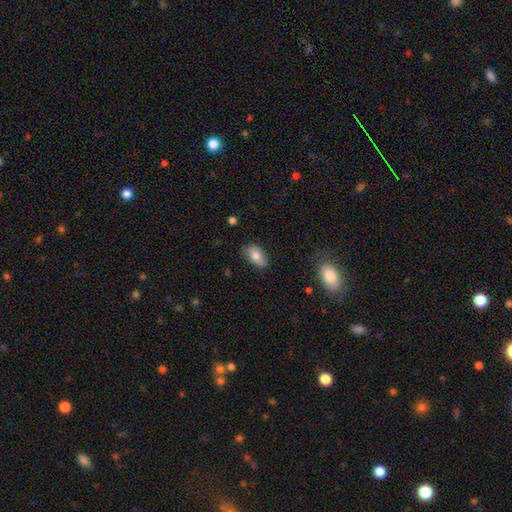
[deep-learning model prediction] smooth-or-featured: smooth: 76% | featured or disk: 17% | star or artifact: 7%
  how-rounded: in between: 92% | round: 5% | cigar-shaped: 3%
  merging: none: 77% | minor disturbance: 18% | major disturbance: 3% | merger: 1%